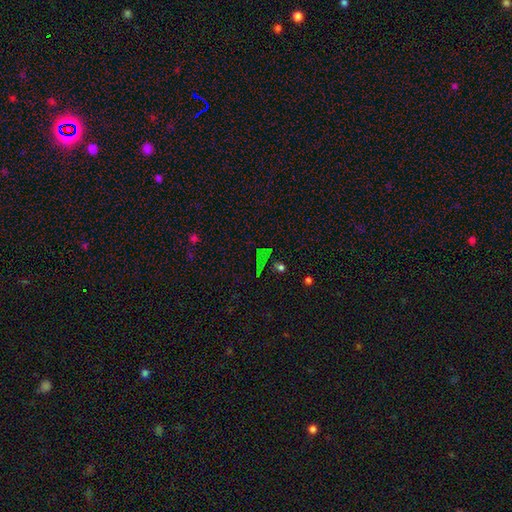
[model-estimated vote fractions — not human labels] A star or artifact, not a galaxy (64%).

Vote fractions:
- Smooth or featured? star or artifact: 64% / smooth: 21% / featured or disk: 15%